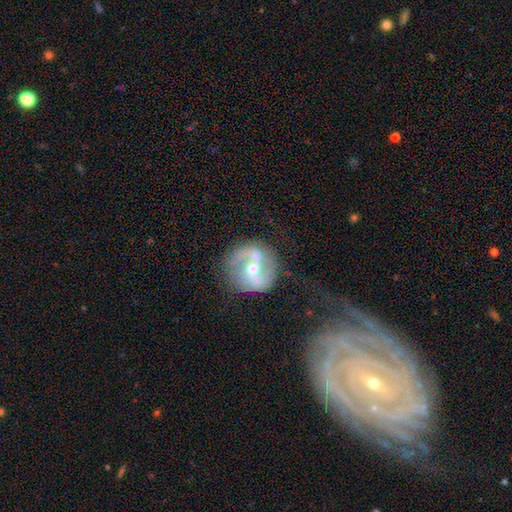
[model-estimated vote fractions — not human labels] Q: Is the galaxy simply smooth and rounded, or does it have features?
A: featured or disk — 75%.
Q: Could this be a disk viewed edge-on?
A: no — 97%.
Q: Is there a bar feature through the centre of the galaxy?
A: weak — 41%.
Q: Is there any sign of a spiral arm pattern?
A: yes — 81%.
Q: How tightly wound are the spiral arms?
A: medium — 46%.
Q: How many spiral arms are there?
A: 2 — 84%.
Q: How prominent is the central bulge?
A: moderate — 64%.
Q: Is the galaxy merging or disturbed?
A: none — 66%.